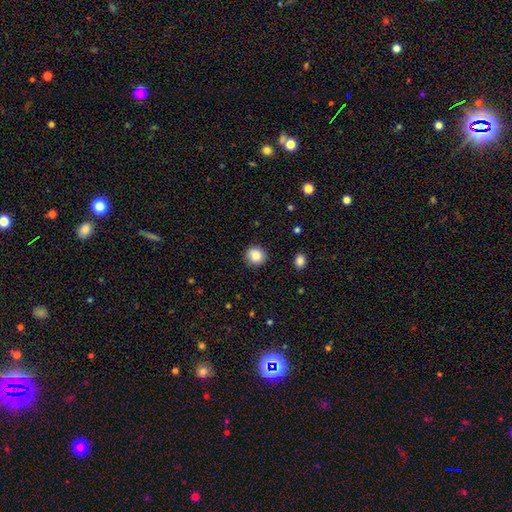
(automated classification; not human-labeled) A smooth galaxy with no disk features (86%) that is round (90%). Merging: none (90%).